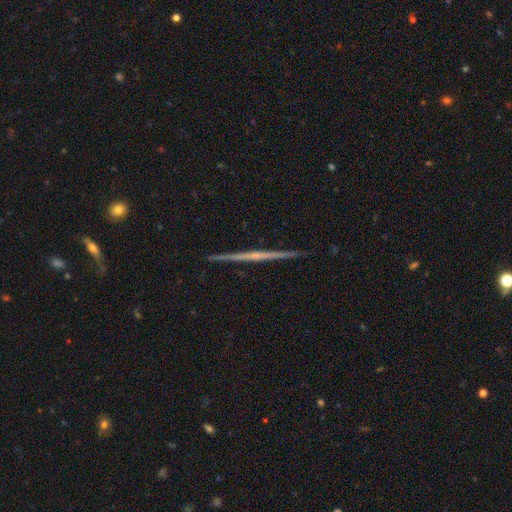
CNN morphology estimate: The model was most divided on "edge-on bulge": none: 69%, rounded: 25%, boxy: 7%. More confident: edge-on disk — yes (99%); merging — none (93%); smooth or featured — featured or disk (75%).